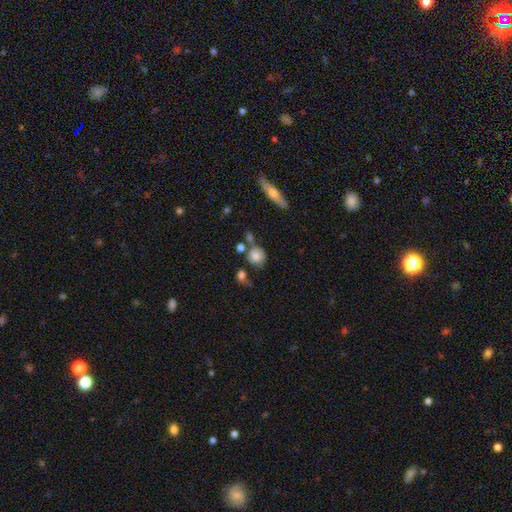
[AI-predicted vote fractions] Smooth or featured? smooth (76%)
How rounded? round (82%)
Merging? none (55%)